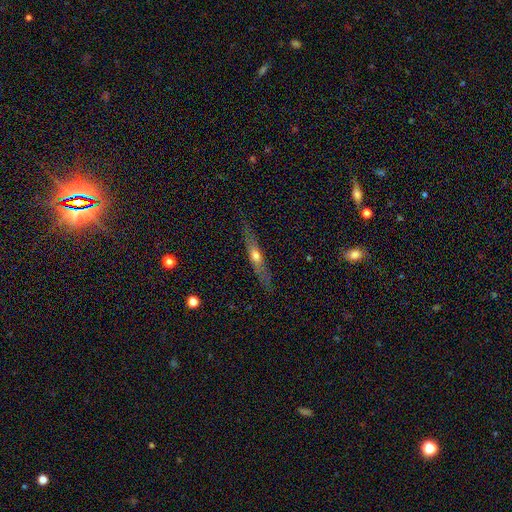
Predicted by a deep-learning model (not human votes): smooth-or-featured: featured or disk: 54% | smooth: 40% | star or artifact: 7%
  disk-edge-on: yes: 88% | no: 12%
  merging: none: 83% | minor disturbance: 13% | major disturbance: 3% | merger: 1%